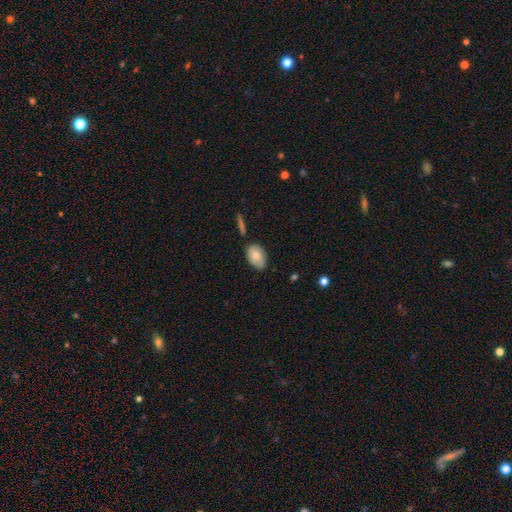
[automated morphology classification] The model was most divided on "merging": none: 73%, minor disturbance: 20%, merger: 4%, major disturbance: 3%. More confident: how rounded — in between (90%); smooth or featured — smooth (82%).